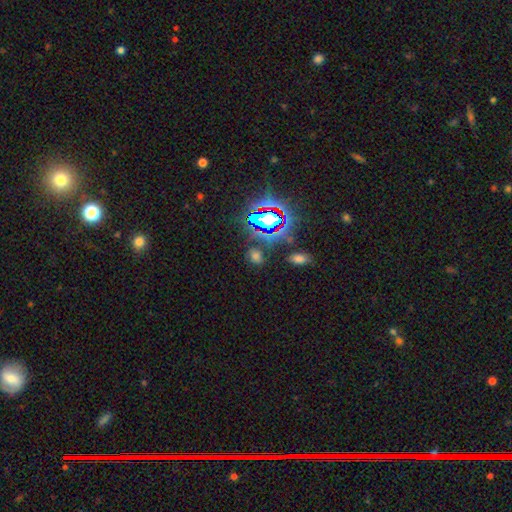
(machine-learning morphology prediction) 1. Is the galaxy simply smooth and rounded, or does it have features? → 52% smooth, 38% star or artifact, 9% featured or disk.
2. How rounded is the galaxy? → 56% in between, 41% round, 3% cigar-shaped.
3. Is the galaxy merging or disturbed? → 75% none, 14% minor disturbance, 6% major disturbance, 5% merger.